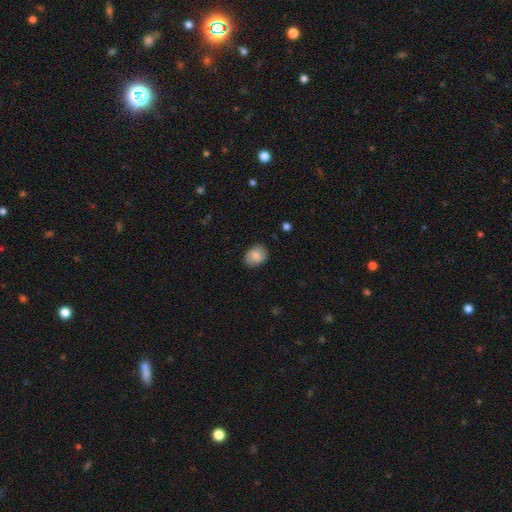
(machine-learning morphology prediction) Smooth or featured?
  - smooth: 80% *
  - featured or disk: 12%
  - star or artifact: 7%
How rounded?
  - in between: 60% *
  - round: 39%
  - cigar-shaped: 1%
Merging?
  - none: 82% *
  - minor disturbance: 14%
  - major disturbance: 3%
  - merger: 1%